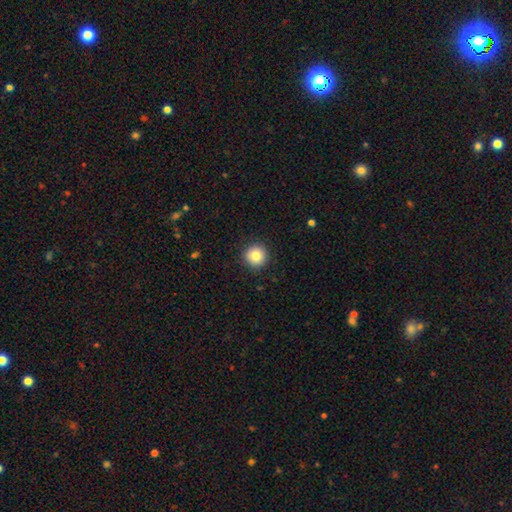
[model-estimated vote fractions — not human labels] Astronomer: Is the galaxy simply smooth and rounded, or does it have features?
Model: smooth — 83%.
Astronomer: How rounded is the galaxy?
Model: round — 95%.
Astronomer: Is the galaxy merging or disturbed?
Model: none — 92%.